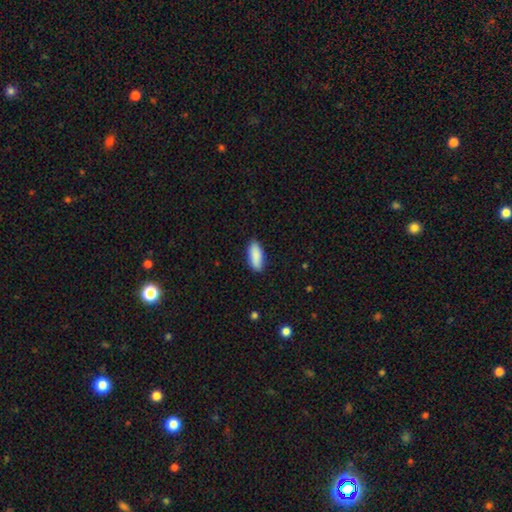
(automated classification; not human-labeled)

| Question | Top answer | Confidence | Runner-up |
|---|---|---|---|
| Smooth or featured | smooth | 90% | star or artifact (6%) |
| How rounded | in between | 82% | cigar-shaped (17%) |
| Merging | none | 88% | minor disturbance (9%) |